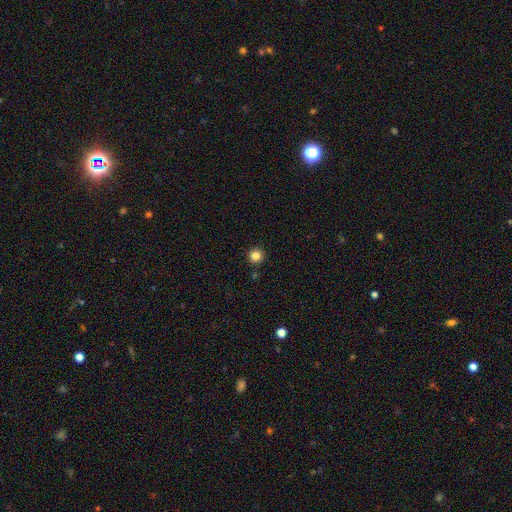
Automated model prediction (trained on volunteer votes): A smooth galaxy with no disk features (83%) that is round (96%).

Vote fractions:
- Smooth or featured? smooth: 83% / star or artifact: 12% / featured or disk: 5%
- How rounded? round: 96% / in between: 3% / cigar-shaped: 1%
- Merging? none: 91% / minor disturbance: 5% / merger: 2% / major disturbance: 2%